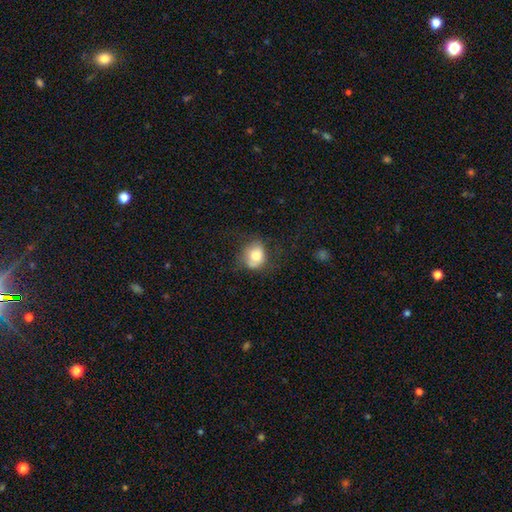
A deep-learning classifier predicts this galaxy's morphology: Smooth or featured? smooth (76%)
How rounded? round (57%)
Merging? none (56%)